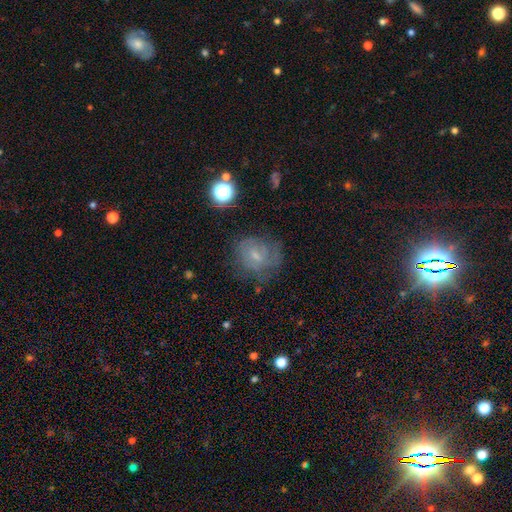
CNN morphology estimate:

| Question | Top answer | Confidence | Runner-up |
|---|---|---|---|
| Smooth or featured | featured or disk | 51% | smooth (35%) |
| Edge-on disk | no | 97% | yes (3%) |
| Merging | none | 59% | minor disturbance (23%) |